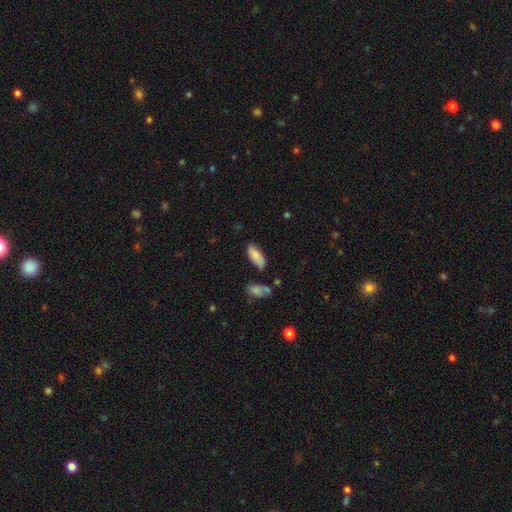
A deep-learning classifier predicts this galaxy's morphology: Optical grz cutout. It shows a smooth galaxy with no disk features (82%) that is in between round and cigar-shaped (83%). Merging: none (73%).